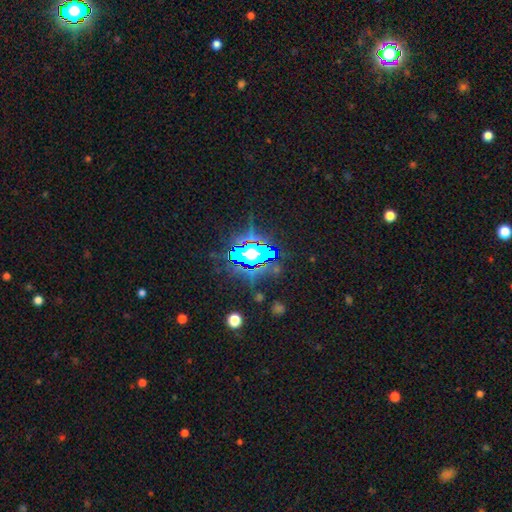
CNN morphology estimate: star or artifact 74%, smooth 14%, featured or disk 12%.